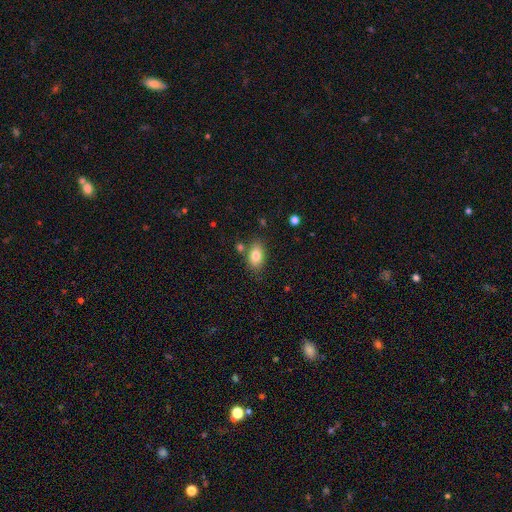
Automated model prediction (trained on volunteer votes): Smooth or featured: smooth — 80% (featured or disk — 12%)
How rounded: in between — 88% (round — 10%)
Merging: none — 74% (minor disturbance — 14%)